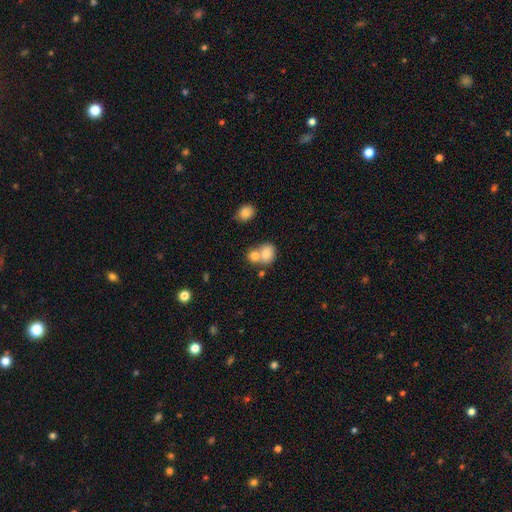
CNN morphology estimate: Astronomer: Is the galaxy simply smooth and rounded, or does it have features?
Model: smooth — 78%.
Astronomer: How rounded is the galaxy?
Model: round — 61% (runner-up: in between, 38%).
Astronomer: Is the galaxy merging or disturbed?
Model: merger — 52% (runner-up: none, 37%).